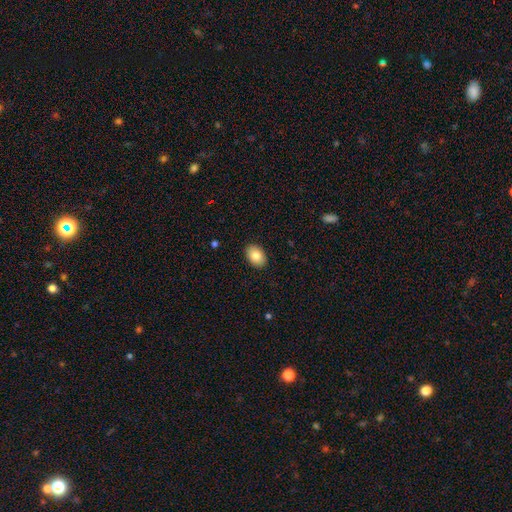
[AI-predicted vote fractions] Smooth or featured? Predicted: smooth (p=0.85). How rounded? Predicted: in between (p=0.83). Merging? Predicted: none (p=0.90).